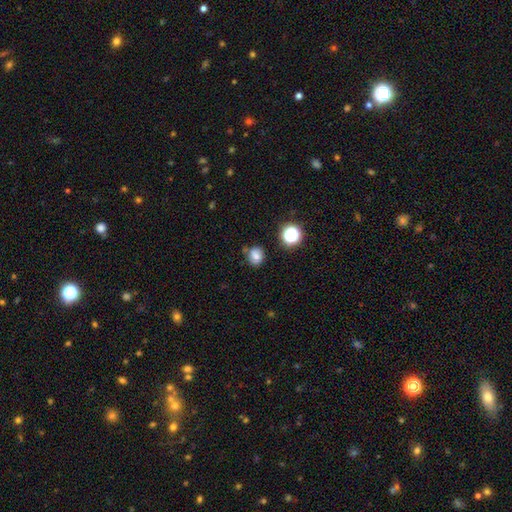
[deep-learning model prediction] A smooth galaxy with no disk features (74%) that is round (65%). Merging: none (70%).